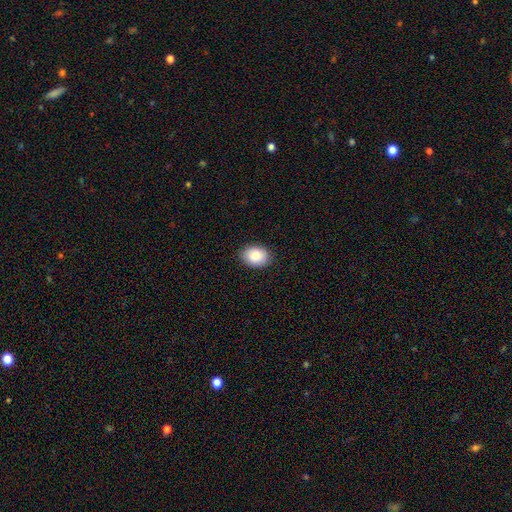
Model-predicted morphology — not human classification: This appears to be a smooth galaxy with no disk features (87%) that is in between round and cigar-shaped (72%). Merging: none (88%).